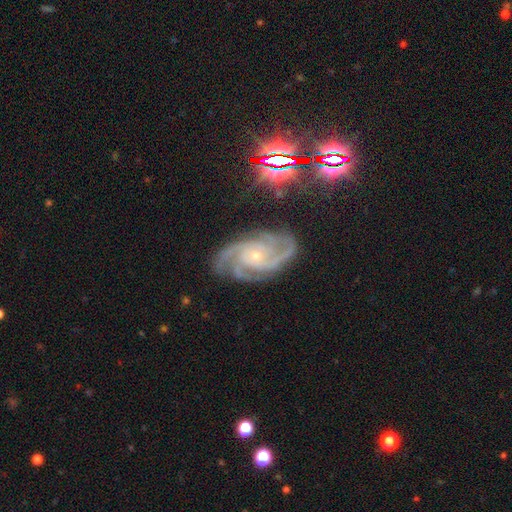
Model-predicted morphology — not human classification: Smooth or featured? Predicted: featured or disk (p=0.90). Edge-on disk? Predicted: no (p=0.98). Bar? Predicted: no (p=0.72). Spiral arms? Predicted: yes (p=0.99). Spiral winding? Predicted: tight (p=0.54). Spiral arm count? Predicted: 3 (p=0.44). Bulge size? Predicted: small (p=0.76). Merging? Predicted: none (p=0.75).